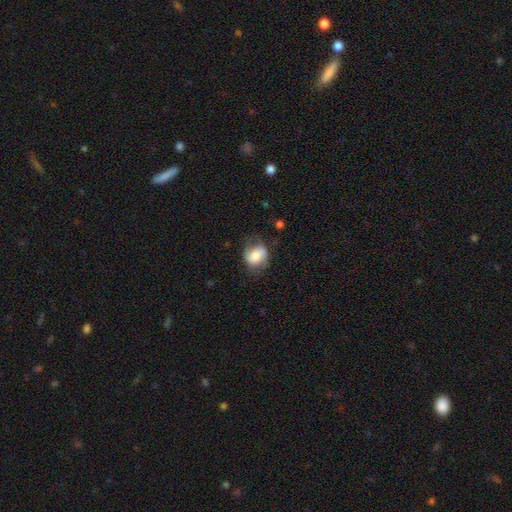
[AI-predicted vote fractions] smooth 64%, featured or disk 28%, star or artifact 8%. Down the decision tree: how rounded — in between (51%); merging — none (62%).